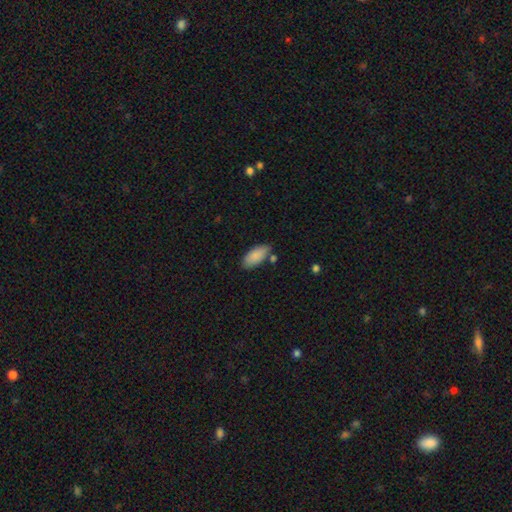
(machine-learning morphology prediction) smooth_or_featured: smooth (p=0.87) [alt: featured or disk p=0.06]
how_rounded: in between (p=0.89) [alt: cigar-shaped p=0.09]
merging: none (p=0.74) [alt: minor disturbance p=0.16]